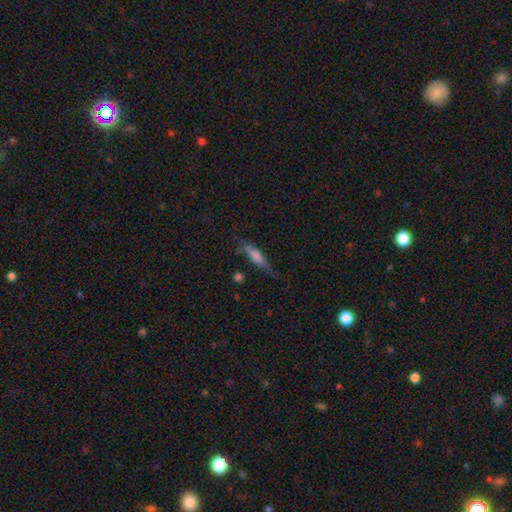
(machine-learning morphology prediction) This appears to be a smooth galaxy with no disk features (62%) that is cigar-shaped (76%). Merging: none (62%).